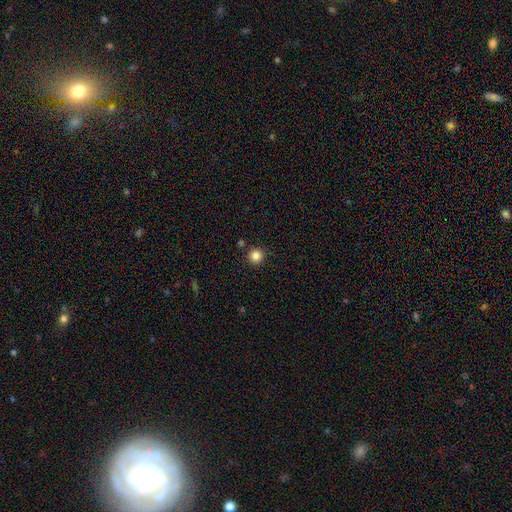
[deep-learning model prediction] smooth-or-featured: smooth: 85% | star or artifact: 12% | featured or disk: 4%
  how-rounded: round: 96% | in between: 3% | cigar-shaped: 1%
  merging: none: 90% | minor disturbance: 6% | merger: 3% | major disturbance: 2%